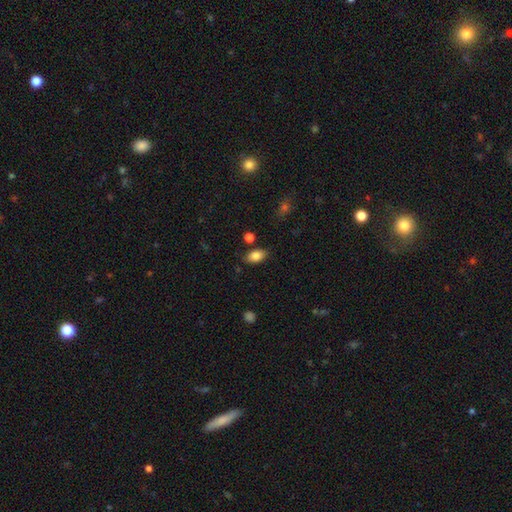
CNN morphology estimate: Smooth or featured? smooth (84%)
How rounded? in between (89%)
Merging? none (80%)